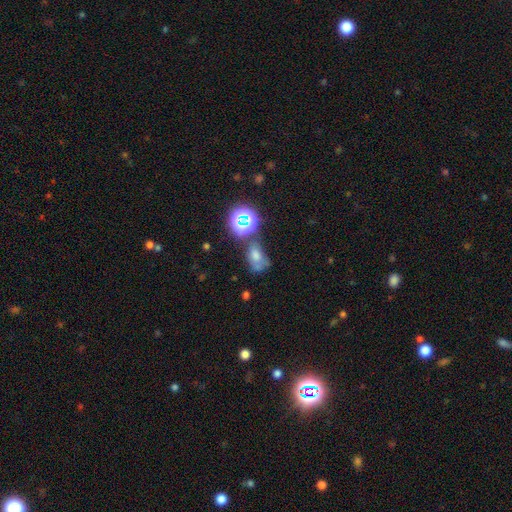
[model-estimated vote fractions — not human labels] smooth-or-featured: smooth: 41% | star or artifact: 38% | featured or disk: 21%
  merging: none: 41% | minor disturbance: 22% | major disturbance: 18% | merger: 18%